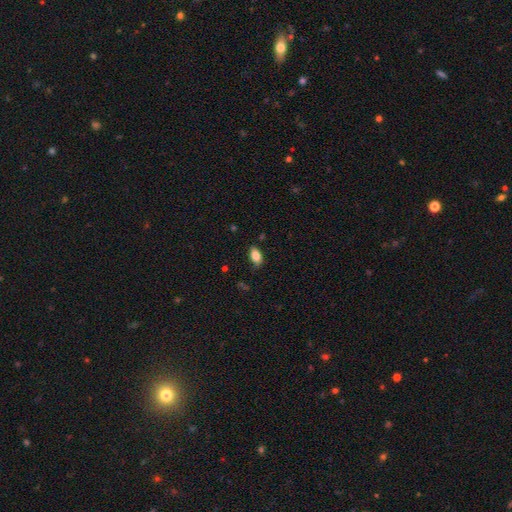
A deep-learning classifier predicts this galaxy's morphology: Smooth or featured? Predicted: smooth (p=0.84). How rounded? Predicted: in between (p=0.91). Merging? Predicted: none (p=0.81).